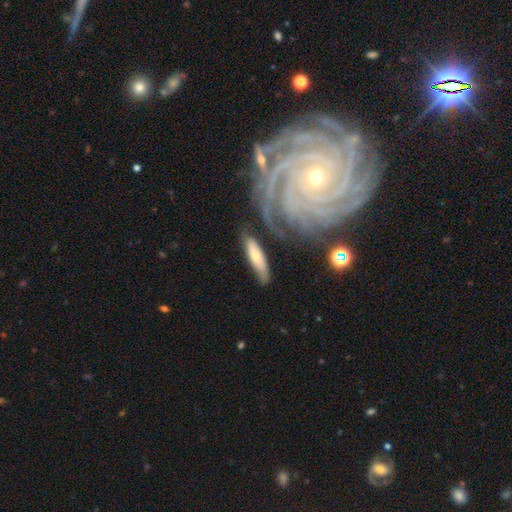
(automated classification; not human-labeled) Overall: smooth (60%; featured or disk 34%). How rounded: cigar-shaped (62%; in between 36%). Merging: none (71%).